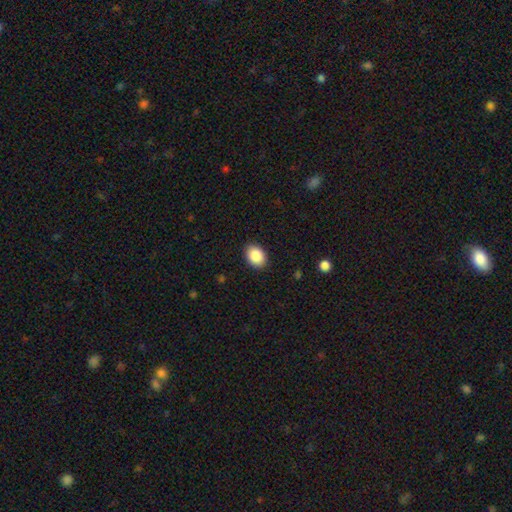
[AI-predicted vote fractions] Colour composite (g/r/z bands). It shows a smooth galaxy with no disk features (89%) that is in between round and cigar-shaped (71%). Merging: none (89%).